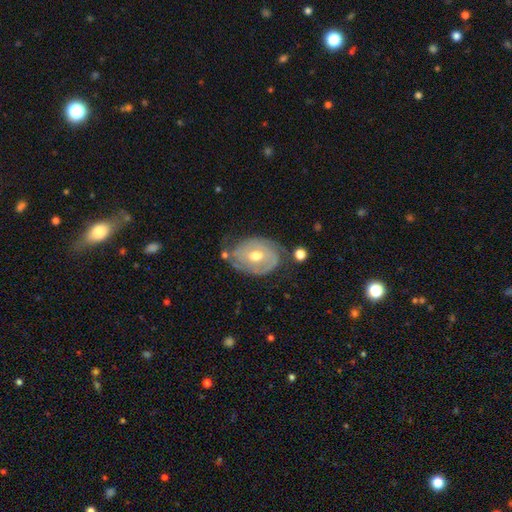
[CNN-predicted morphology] smooth_or_featured: featured or disk (p=0.74) [alt: smooth p=0.20]
disk_edge_on: no (p=0.96) [alt: yes p=0.04]
bar: no (p=0.55) [alt: weak p=0.35]
has_spiral_arms: yes (p=0.79) [alt: no p=0.21]
spiral_winding: tight (p=0.62) [alt: medium p=0.27]
spiral_arm_count: 2 (p=0.51) [alt: can't tell p=0.28]
bulge_size: moderate (p=0.73) [alt: small p=0.21]
merging: none (p=0.58) [alt: minor disturbance p=0.25]